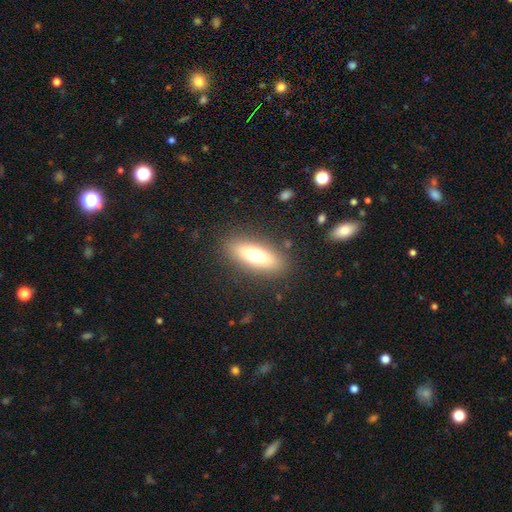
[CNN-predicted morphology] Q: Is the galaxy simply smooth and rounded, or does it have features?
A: smooth — 63%.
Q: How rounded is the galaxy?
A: in between — 61%.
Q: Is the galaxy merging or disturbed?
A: none — 85%.